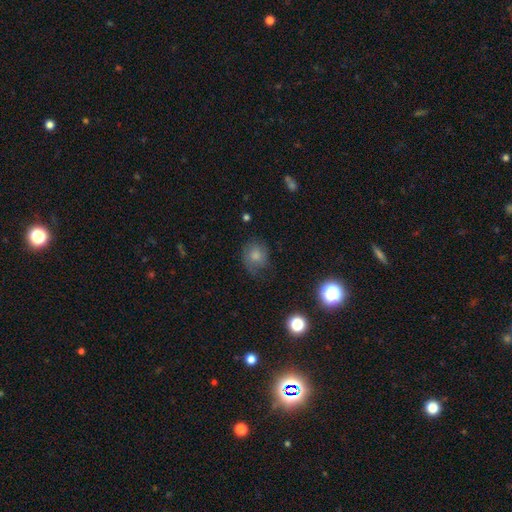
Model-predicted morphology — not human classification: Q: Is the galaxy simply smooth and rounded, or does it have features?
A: smooth — 71%.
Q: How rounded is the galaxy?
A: round — 71%.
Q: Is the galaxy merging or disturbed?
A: none — 56%.